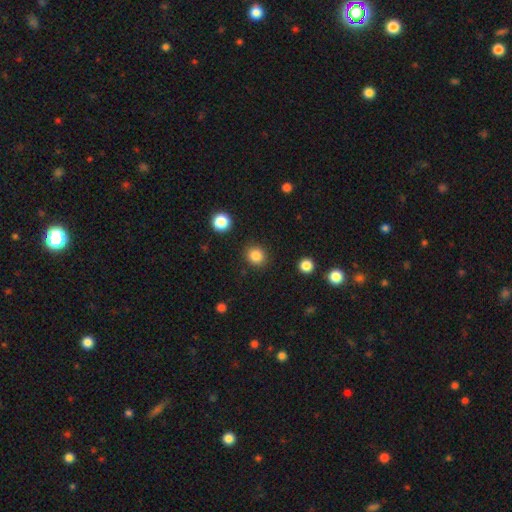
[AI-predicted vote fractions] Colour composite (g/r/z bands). It shows a smooth galaxy with no disk features (85%) that is round (84%). Merging: none (89%).